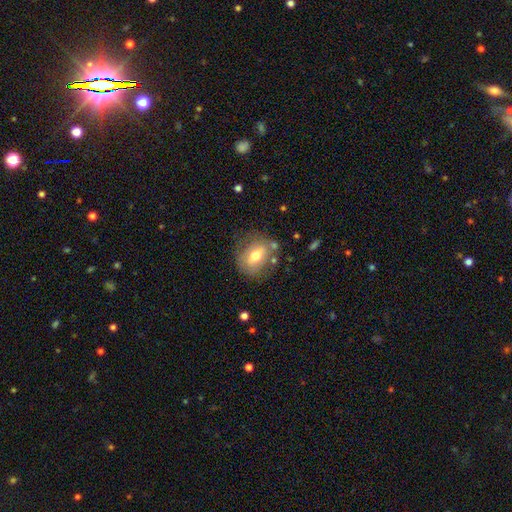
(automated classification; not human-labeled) Smooth or featured? Predicted: smooth (p=0.60). How rounded? Predicted: in between (p=0.50). Merging? Predicted: none (p=0.69).